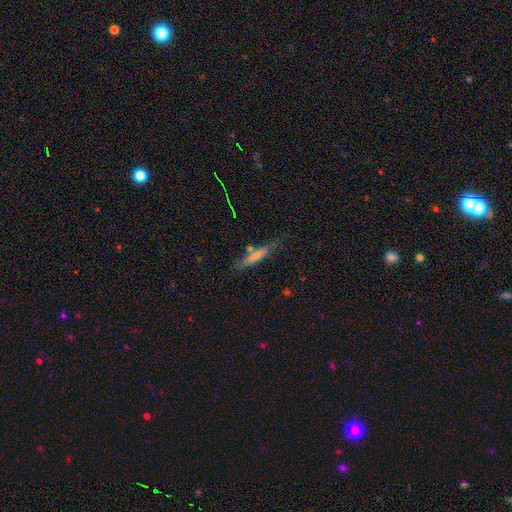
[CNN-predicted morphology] The model was most divided on "smooth or featured": smooth: 45%, featured or disk: 41%, star or artifact: 15%. More confident: merging — none (79%).